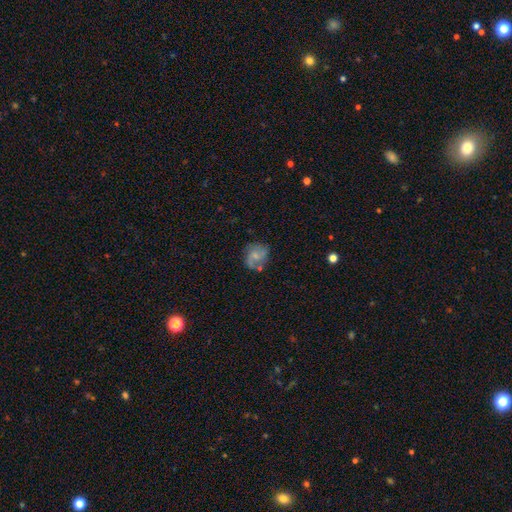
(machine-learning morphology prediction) featured or disk 53%, smooth 39%, star or artifact 9%. Down the decision tree: edge-on disk — no (98%); bar — no (60%); spiral arms — yes (80%); bulge size — small (51%); merging — none (60%).